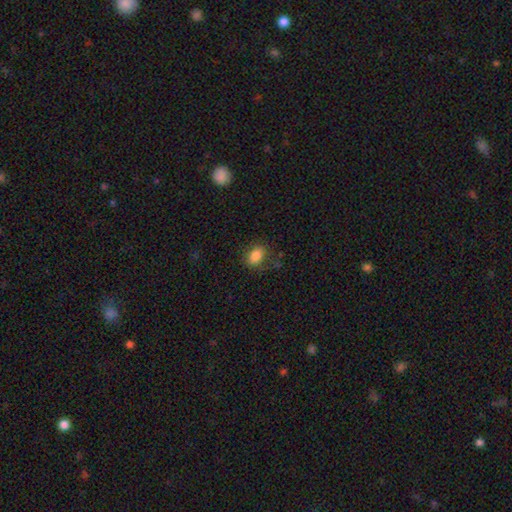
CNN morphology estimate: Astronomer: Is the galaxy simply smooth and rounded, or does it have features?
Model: smooth — 84%.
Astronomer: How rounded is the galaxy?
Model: in between — 82%.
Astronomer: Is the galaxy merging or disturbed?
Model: none — 79%.